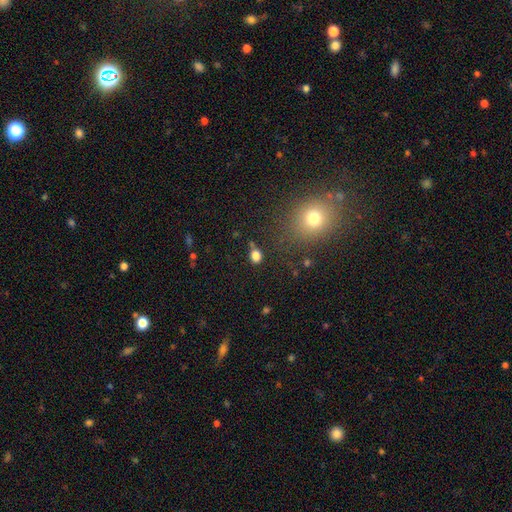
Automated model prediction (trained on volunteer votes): Morphology: type=smooth (80%); roundness=in between (50%); merging=none (72%).